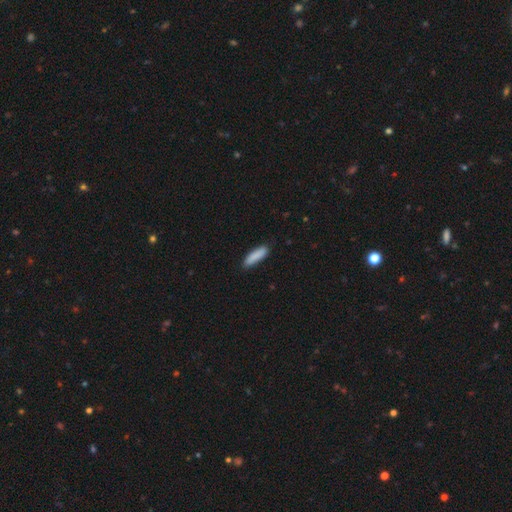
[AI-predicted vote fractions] Morphology: type=smooth (88%); roundness=cigar-shaped (66%); merging=none (83%).